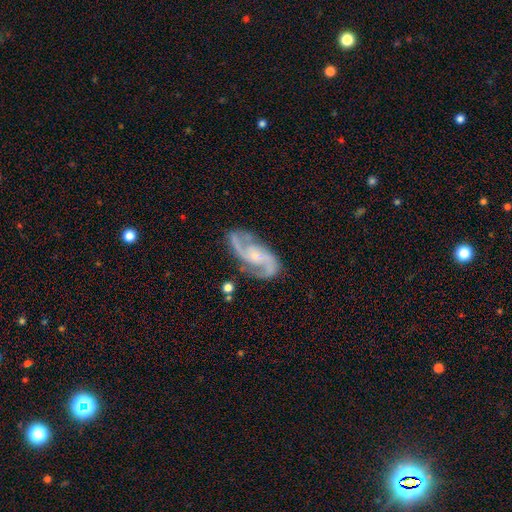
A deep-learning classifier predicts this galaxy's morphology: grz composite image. It shows a featured or disk galaxy (90%) with no bar (52%), 2 (88%) medium (55%) spiral arms (98%) and a small central bulge (62%). Merging: none (73%).